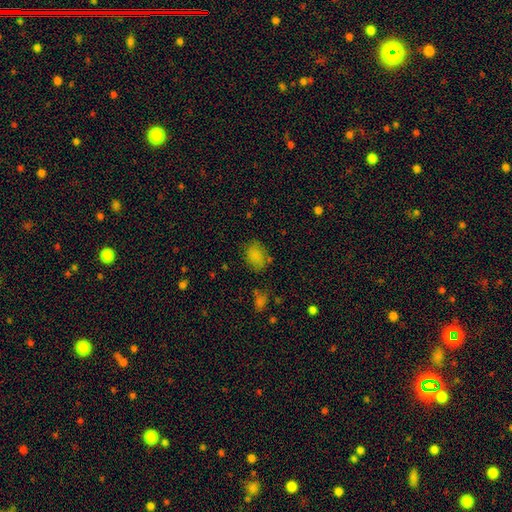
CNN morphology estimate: A smooth galaxy with no disk features (81%) that is in between round and cigar-shaped (65%).

Vote fractions:
- Smooth or featured? smooth: 81% / star or artifact: 12% / featured or disk: 7%
- How rounded? in between: 65% / round: 34% / cigar-shaped: 1%
- Merging? none: 70% / minor disturbance: 19% / major disturbance: 6% / merger: 5%